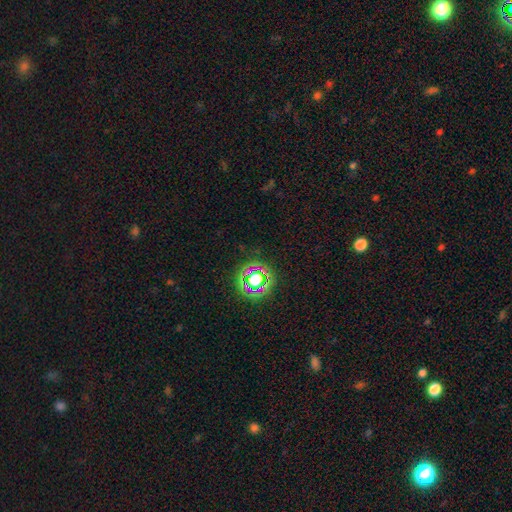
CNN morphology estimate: A star or artifact, not a galaxy (75%).

Vote fractions:
- Smooth or featured? star or artifact: 75% / smooth: 17% / featured or disk: 8%